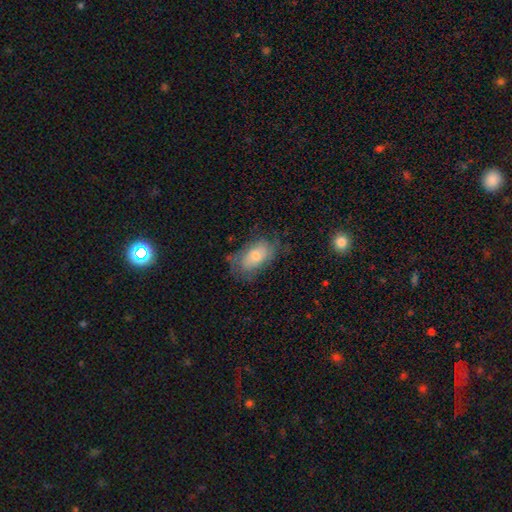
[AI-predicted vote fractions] Smooth or featured: smooth — 65% (featured or disk — 27%)
How rounded: in between — 91% (round — 7%)
Merging: none — 61% (minor disturbance — 25%)